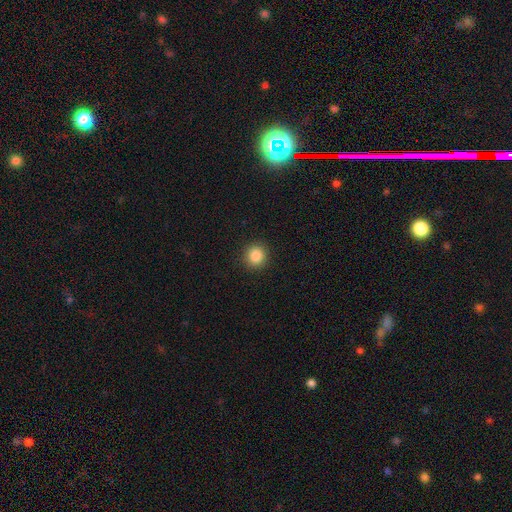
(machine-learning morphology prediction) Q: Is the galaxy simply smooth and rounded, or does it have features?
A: smooth — 85%.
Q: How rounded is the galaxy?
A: round — 91%.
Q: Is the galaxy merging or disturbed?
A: none — 92%.